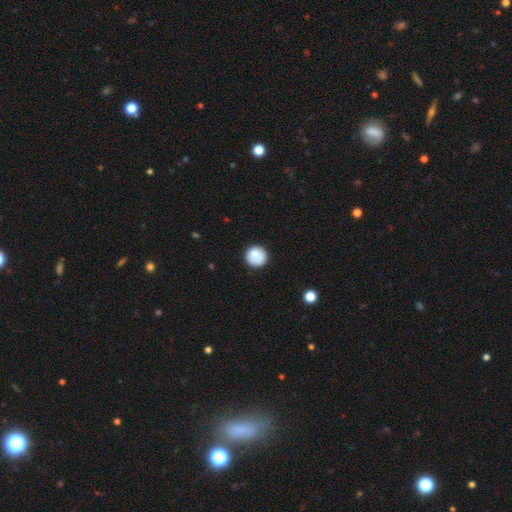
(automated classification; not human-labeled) Smooth or featured?
  - smooth: 81% *
  - featured or disk: 10%
  - star or artifact: 8%
How rounded?
  - round: 94% *
  - in between: 5%
  - cigar-shaped: 1%
Merging?
  - none: 82% *
  - minor disturbance: 12%
  - major disturbance: 3%
  - merger: 2%